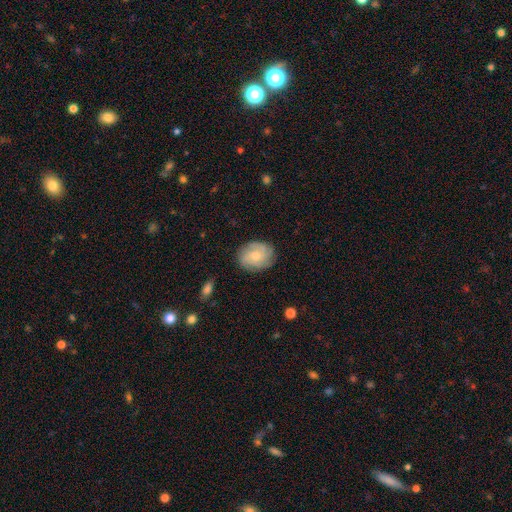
smooth-or-featured: featured or disk: 55% | smooth: 37% | star or artifact: 8%
  disk-edge-on: no: 95% | yes: 5%
    bar: no: 75% | weak: 20% | strong: 5%
    has-spiral-arms: yes: 95% | no: 5%
      spiral-winding: tight: 68% | medium: 26% | loose: 5%
      spiral-arm-count: 4: 42% | can't tell: 37% | 3: 16% | 2: 5% | 1: 0% | more than 4: 0%
    bulge-size: small: 55% | moderate: 45% | dominant: 0% | large: 0% | none: 0%
  merging: none: 89% | minor disturbance: 6% | major disturbance: 3% | merger: 3%